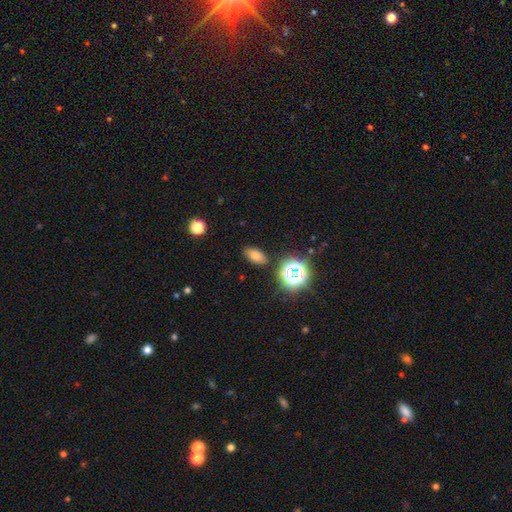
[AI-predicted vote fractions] Overall: smooth (70%). How rounded: in between (84%). Merging: none (85%).